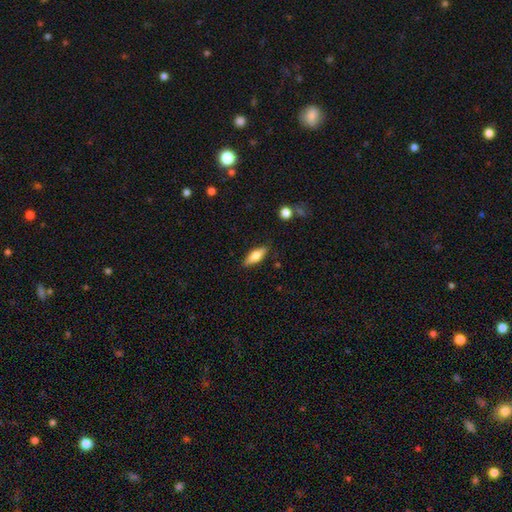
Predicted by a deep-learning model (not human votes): A smooth galaxy with no disk features (59%) that is in between round and cigar-shaped (58%).

Vote fractions:
- Smooth or featured? smooth: 59% / featured or disk: 34% / star or artifact: 7%
- How rounded? in between: 58% / cigar-shaped: 39% / round: 3%
- Merging? none: 85% / minor disturbance: 11% / major disturbance: 2% / merger: 2%